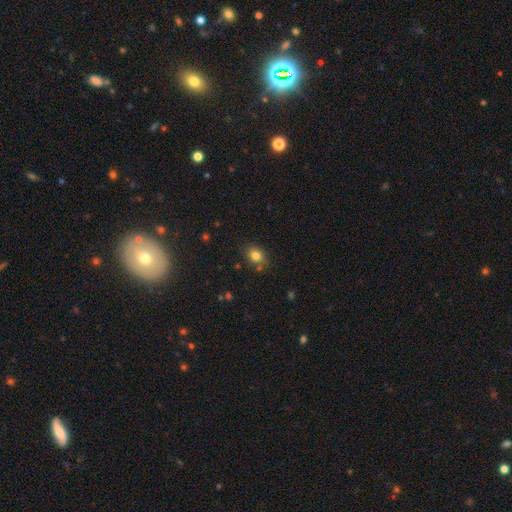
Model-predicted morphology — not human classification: smooth 81%, star or artifact 12%, featured or disk 7%. Down the decision tree: how rounded — round (54%); merging — none (79%).